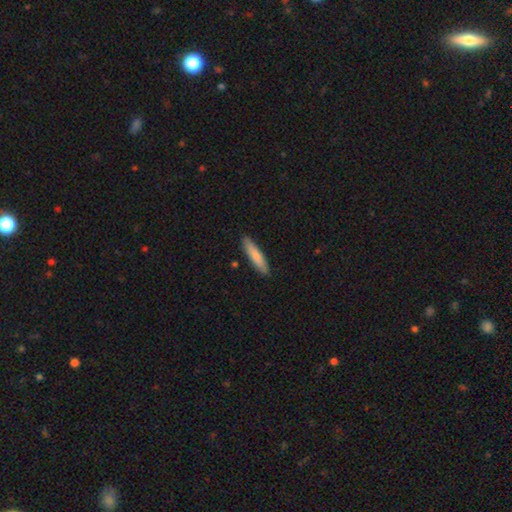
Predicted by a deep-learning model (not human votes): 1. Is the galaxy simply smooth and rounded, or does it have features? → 79% smooth, 15% featured or disk, 5% star or artifact.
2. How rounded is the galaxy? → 84% cigar-shaped, 15% in between, 1% round.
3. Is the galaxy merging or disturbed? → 89% none, 8% minor disturbance, 2% major disturbance, 1% merger.